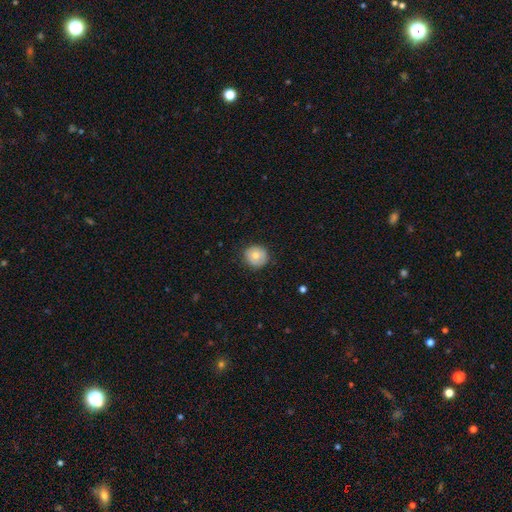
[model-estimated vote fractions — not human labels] This appears to be a smooth galaxy with no disk features (76%) that is round (90%). Merging: none (84%).